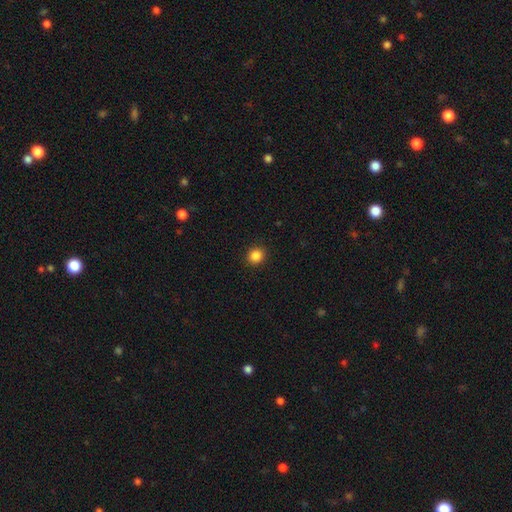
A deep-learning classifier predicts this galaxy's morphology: This is clearly a smooth galaxy (87%). How rounded: clearly round (82%). Merging: clearly none (91%).